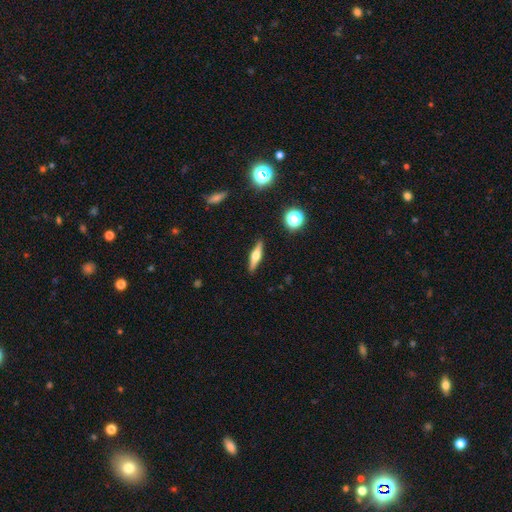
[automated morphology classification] The model was most divided on "smooth or featured": featured or disk: 56%, smooth: 37%, star or artifact: 8%. More confident: edge-on disk — yes (95%); edge-on bulge — rounded (92%); merging — none (89%).